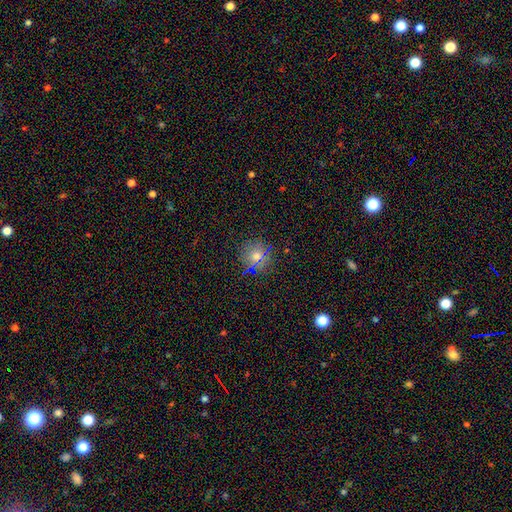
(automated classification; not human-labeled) Morphology: type=smooth (65%); roundness=round (93%); merging=none (86%).